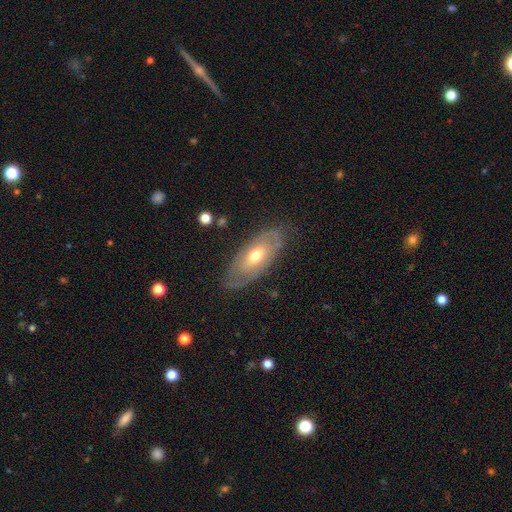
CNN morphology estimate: Smooth or featured? featured or disk (57%)
Edge-on disk? no (80%)
Merging? none (76%)